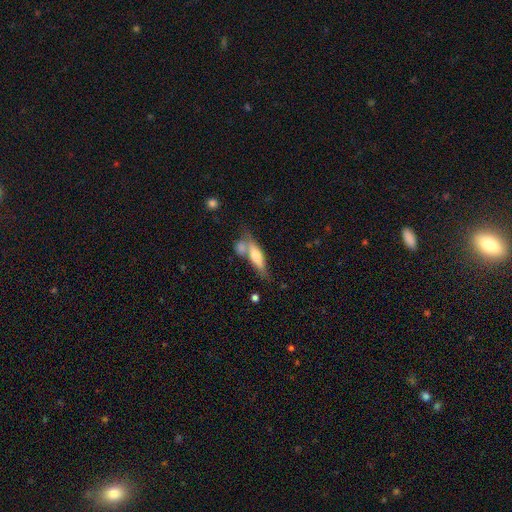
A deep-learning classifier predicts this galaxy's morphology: Overall: smooth (56%; featured or disk 37%). How rounded: cigar-shaped (55%; in between 42%). Merging: none (41%; merger 37%).